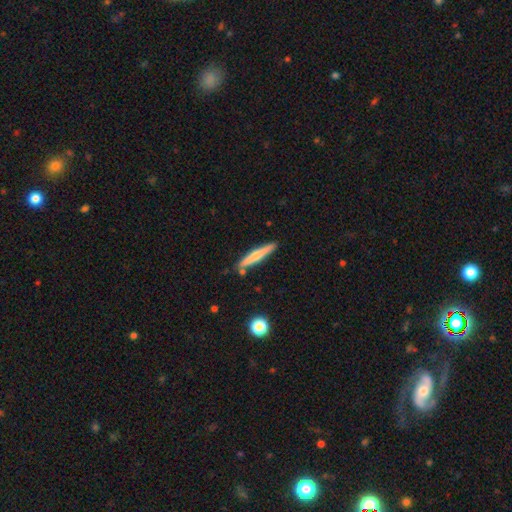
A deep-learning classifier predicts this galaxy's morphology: This is possibly a smooth galaxy (55%). How rounded: clearly cigar-shaped (94%). Merging: clearly none (84%).